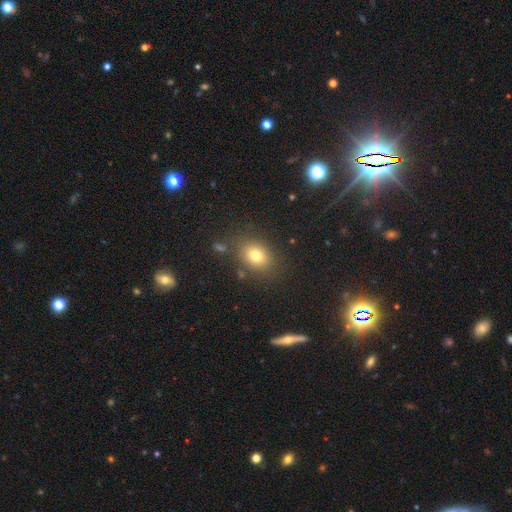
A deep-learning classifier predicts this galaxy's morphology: Overall: smooth (75%). How rounded: in between (61%; round 38%). Merging: none (81%).